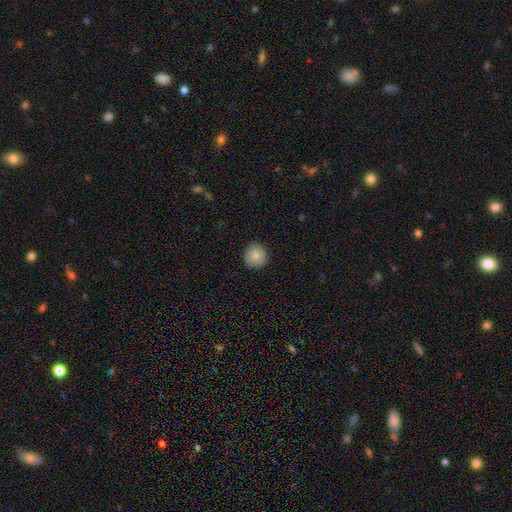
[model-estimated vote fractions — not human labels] Overall: smooth (87%). How rounded: round (92%). Merging: none (89%).